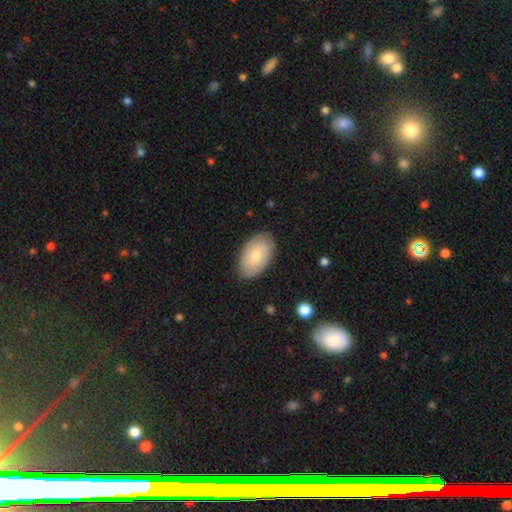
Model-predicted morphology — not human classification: Smooth or featured: smooth — 66% (featured or disk — 28%)
How rounded: in between — 94% (round — 4%)
Merging: none — 83% (minor disturbance — 13%)